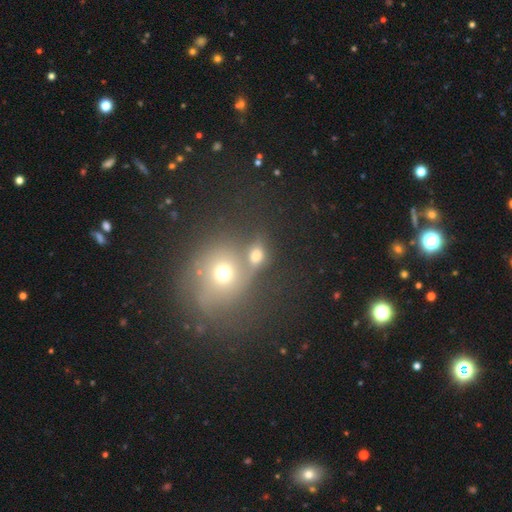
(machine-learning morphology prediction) smooth_or_featured: smooth (p=0.67) [alt: star or artifact p=0.18]
how_rounded: round (p=0.63) [alt: in between p=0.35]
merging: merger (p=0.46) [alt: none p=0.38]